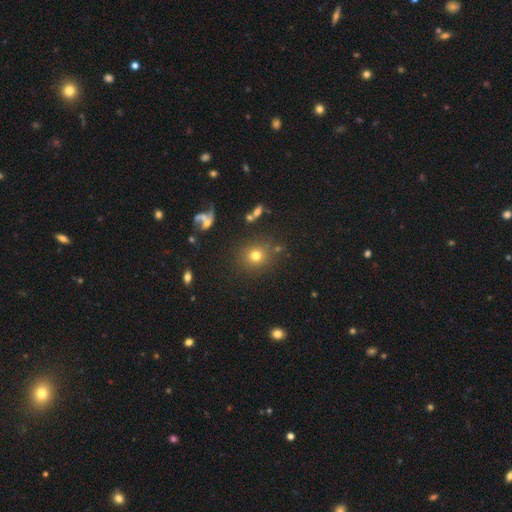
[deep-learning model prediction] The model was most divided on "smooth or featured": smooth: 71%, star or artifact: 18%, featured or disk: 10%. More confident: how rounded — round (87%); merging — none (82%).